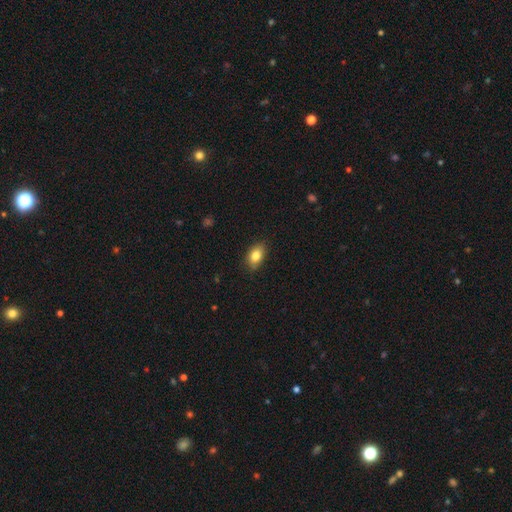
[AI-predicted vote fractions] smooth 82%, featured or disk 10%, star or artifact 8%. Down the decision tree: how rounded — in between (84%); merging — none (84%).